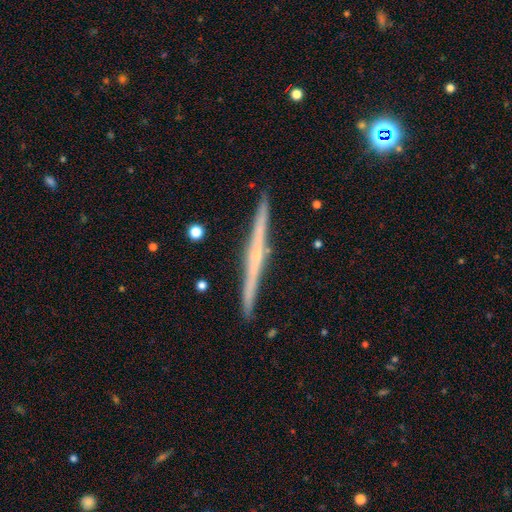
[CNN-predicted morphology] Smooth or featured?
  - featured or disk: 76% *
  - smooth: 18%
  - star or artifact: 6%
Edge-on disk?
  - yes: 98% *
  - no: 2%
Edge-on bulge?
  - rounded: 50% *
  - none: 43%
  - boxy: 7%
Merging?
  - none: 91% *
  - minor disturbance: 6%
  - merger: 1%
  - major disturbance: 1%